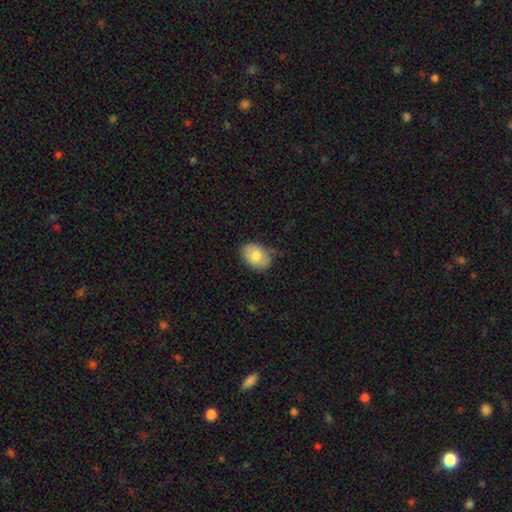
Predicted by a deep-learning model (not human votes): smooth-or-featured: smooth: 78% | featured or disk: 15% | star or artifact: 7%
  how-rounded: in between: 78% | round: 21% | cigar-shaped: 1%
  merging: none: 63% | minor disturbance: 30% | major disturbance: 6% | merger: 2%